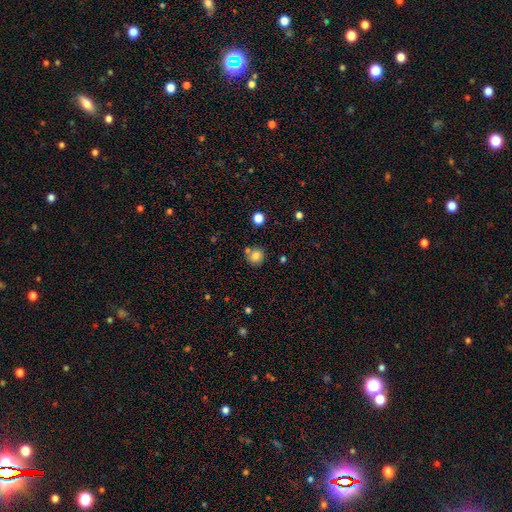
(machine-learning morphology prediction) Overall: smooth (80%). How rounded: round (89%). Merging: none (72%).